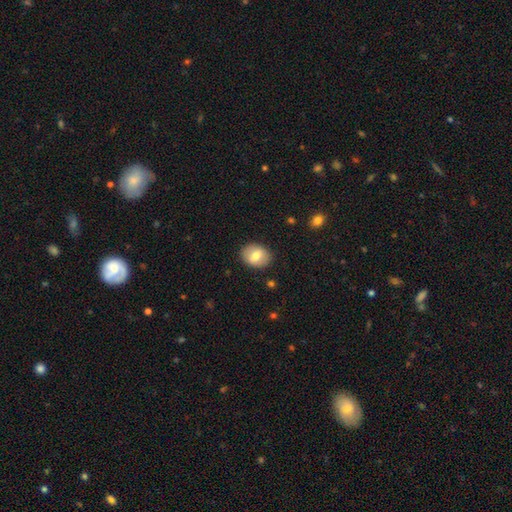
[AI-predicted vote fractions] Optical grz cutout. It shows a smooth galaxy with no disk features (71%) that is in between round and cigar-shaped (55%). Merging: none (87%).